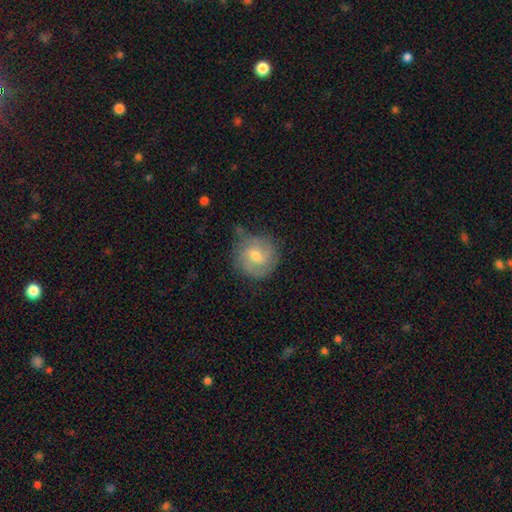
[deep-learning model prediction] Morphology: type=featured or disk (53%); edge-on=no (97%); bar=no (48%); spiral arms=yes (83%); bulge=moderate (64%); merging=none (64%).